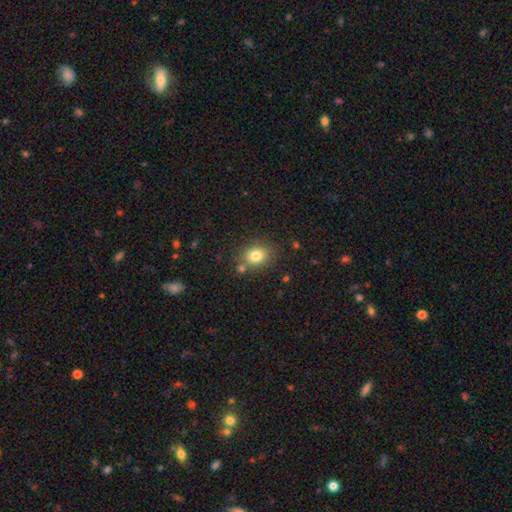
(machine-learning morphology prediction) Smooth or featured? smooth (80%)
How rounded? in between (50%)
Merging? none (75%)